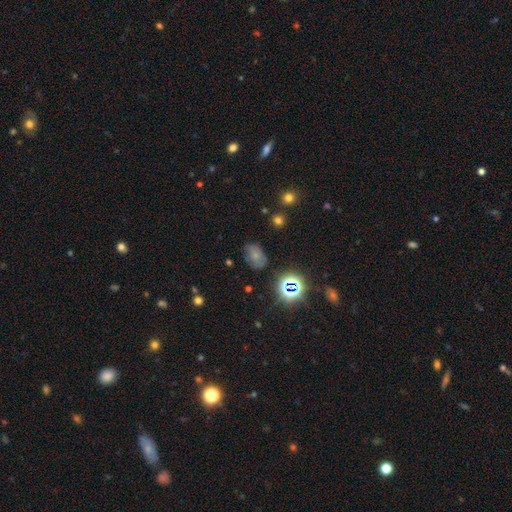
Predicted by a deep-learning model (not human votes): smooth-or-featured: smooth: 55% | star or artifact: 27% | featured or disk: 18%
  how-rounded: in between: 78% | round: 20% | cigar-shaped: 1%
  merging: none: 69% | minor disturbance: 22% | major disturbance: 7% | merger: 2%